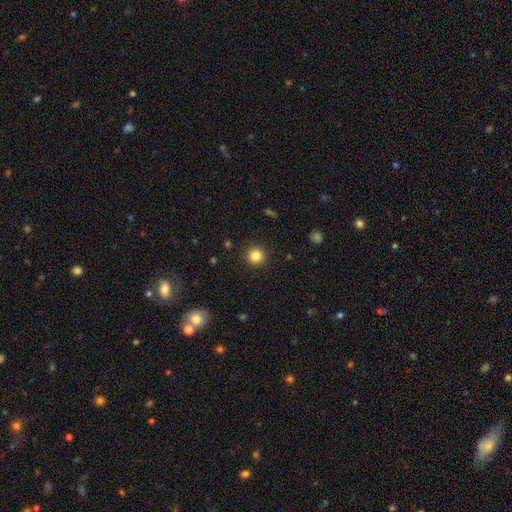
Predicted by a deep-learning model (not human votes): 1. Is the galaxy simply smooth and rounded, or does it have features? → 84% smooth, 11% star or artifact, 5% featured or disk.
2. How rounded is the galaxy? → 95% round, 4% in between, 1% cigar-shaped.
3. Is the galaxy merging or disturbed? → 92% none, 5% minor disturbance, 2% major disturbance, 1% merger.